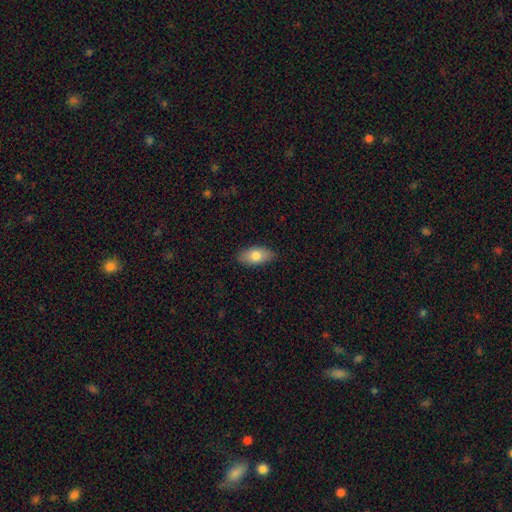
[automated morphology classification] The model was most divided on "smooth or featured": smooth: 78%, featured or disk: 16%, star or artifact: 7%. More confident: how rounded — in between (91%); merging — none (87%).